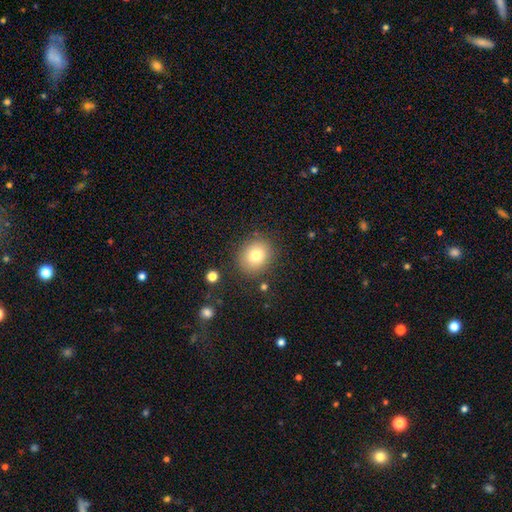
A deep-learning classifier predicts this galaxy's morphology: A smooth galaxy with no disk features (78%) that is round (72%).

Vote fractions:
- Smooth or featured? smooth: 78% / featured or disk: 11% / star or artifact: 11%
- How rounded? round: 72% / in between: 27% / cigar-shaped: 1%
- Merging? none: 85% / minor disturbance: 10% / major disturbance: 3% / merger: 2%